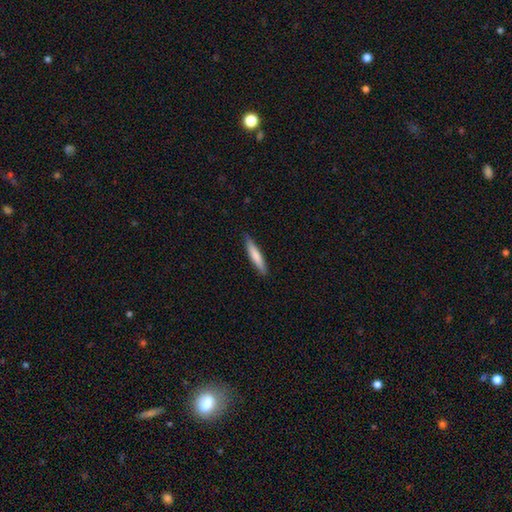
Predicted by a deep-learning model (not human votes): A smooth galaxy with no disk features (74%) that is cigar-shaped (90%). Merging: none (87%).